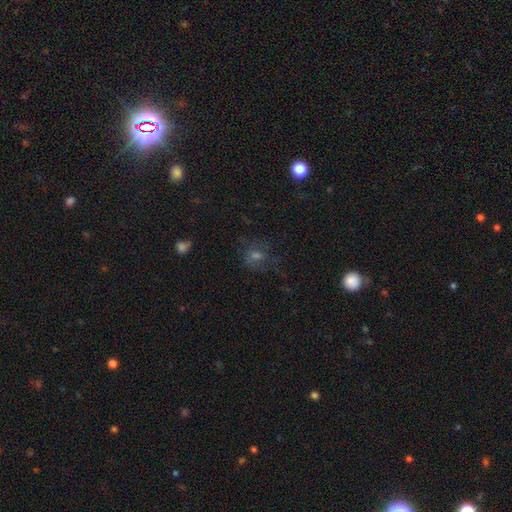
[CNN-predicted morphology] A smooth galaxy with no disk features (45%). Merging: none (66%).